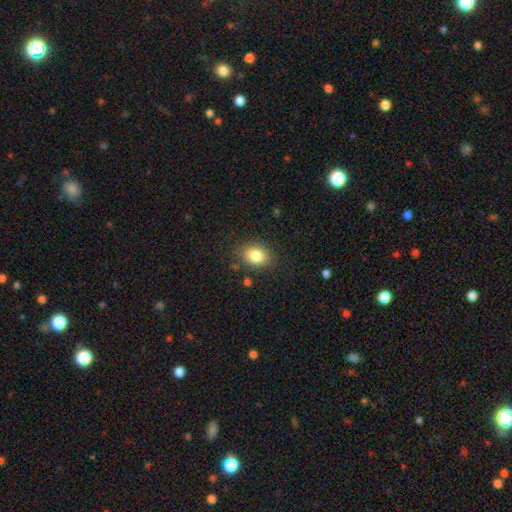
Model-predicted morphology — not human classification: smooth_or_featured: smooth (p=0.83) [alt: star or artifact p=0.09]
how_rounded: in between (p=0.74) [alt: round p=0.25]
merging: none (p=0.83) [alt: minor disturbance p=0.11]